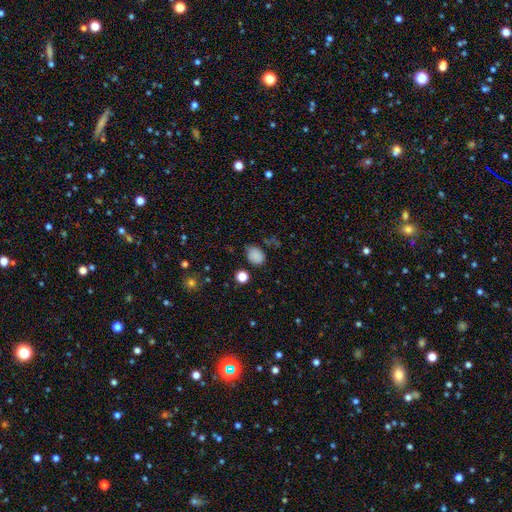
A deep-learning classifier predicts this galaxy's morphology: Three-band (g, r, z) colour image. It shows a smooth galaxy with no disk features (82%) that is in between round and cigar-shaped (65%). Merging: none (72%).